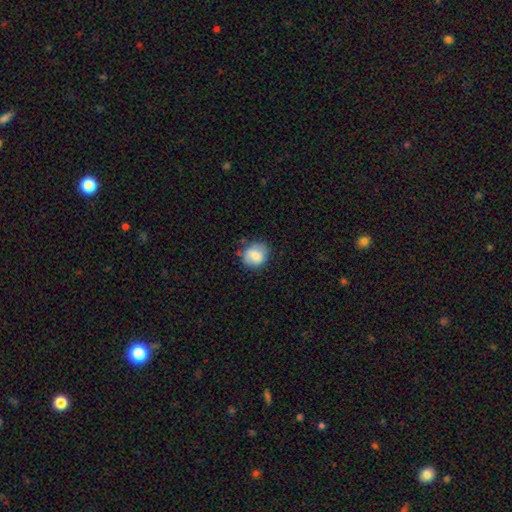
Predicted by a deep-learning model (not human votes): Q: Smooth or featured?
A: smooth (80%); runner-up: featured or disk (13%)
Q: How rounded?
A: round (69%); runner-up: in between (30%)
Q: Merging?
A: none (69%); runner-up: minor disturbance (23%)